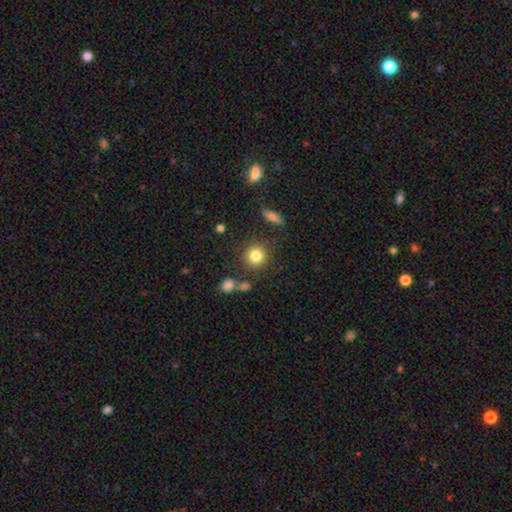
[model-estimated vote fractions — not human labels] A smooth galaxy with no disk features (82%) that is round (88%). Merging: none (81%).